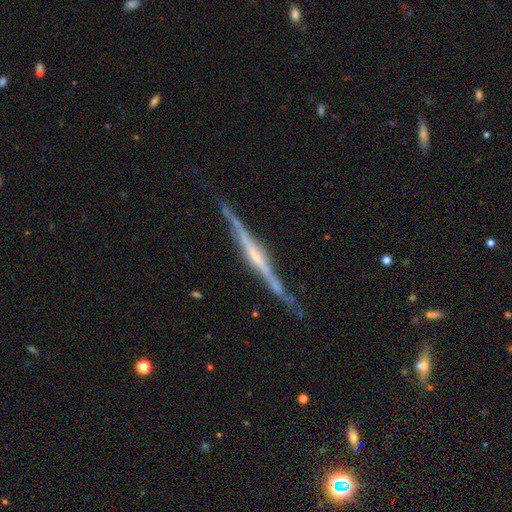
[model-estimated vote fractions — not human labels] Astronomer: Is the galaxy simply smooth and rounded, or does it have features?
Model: featured or disk — 83%.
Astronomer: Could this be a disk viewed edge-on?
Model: yes — 97%.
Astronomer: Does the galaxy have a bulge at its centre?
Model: rounded — 41% (runner-up: none, 35%).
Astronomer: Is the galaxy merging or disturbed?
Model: none — 79%.